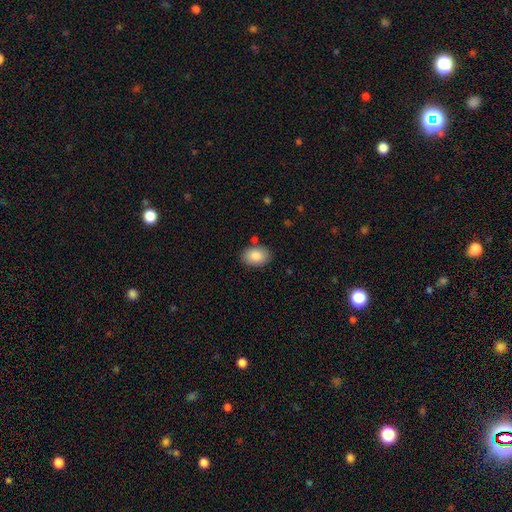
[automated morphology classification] This is clearly a smooth galaxy (86%). How rounded: clearly in between (80%). Merging: clearly none (82%).